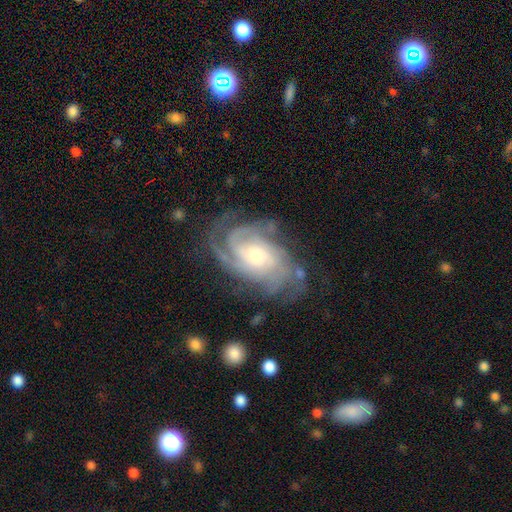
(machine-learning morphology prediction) This is clearly a featured or disk galaxy (89%). It is clearly not viewed edge-on (97%). Bar: likely no (60%). Spiral arm pattern: clearly yes (97%). Spiral arm count: marginally 3 (31%). Spiral winding: possibly tight (59%). Central bulge: possibly moderate (57%). Merging: likely none (67%).